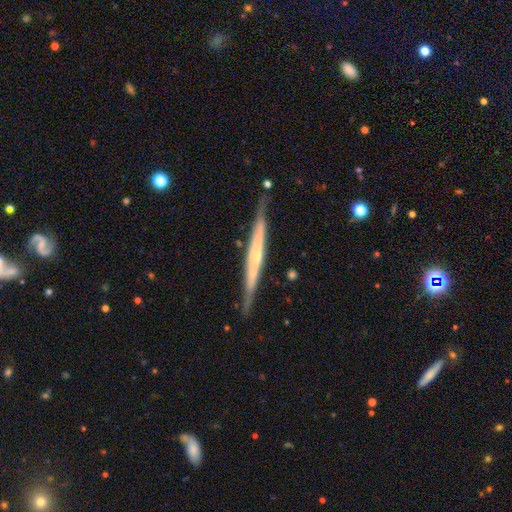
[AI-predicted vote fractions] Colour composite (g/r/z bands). It shows a featured or disk galaxy (69%) viewed edge-on (96%) with no central bulge (57%). Merging: none (83%).